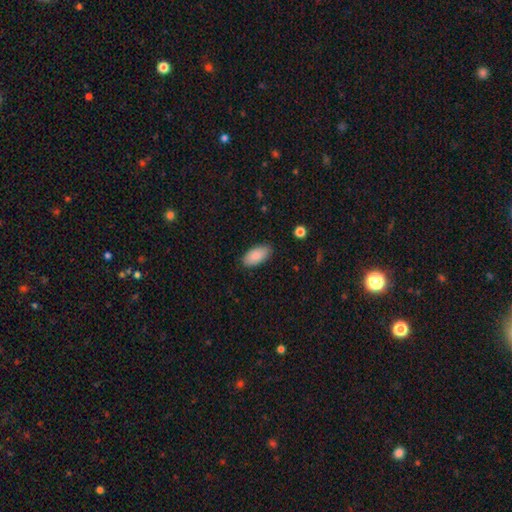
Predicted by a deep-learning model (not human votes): This is clearly a smooth galaxy (87%). How rounded: clearly in between (93%). Merging: clearly none (86%).